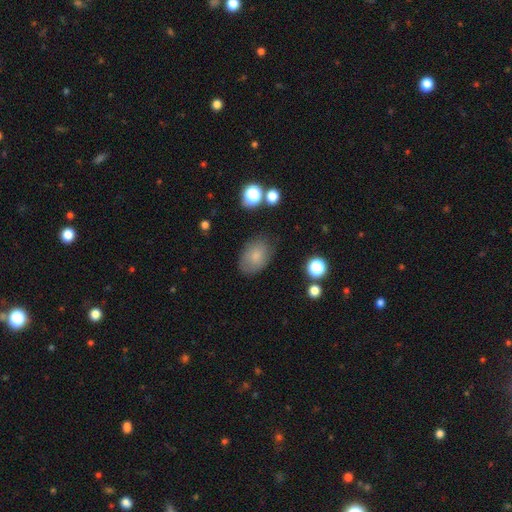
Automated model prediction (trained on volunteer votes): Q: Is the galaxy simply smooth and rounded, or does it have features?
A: smooth — 77%.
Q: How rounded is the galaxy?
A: in between — 82%.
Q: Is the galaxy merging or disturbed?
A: none — 76%.